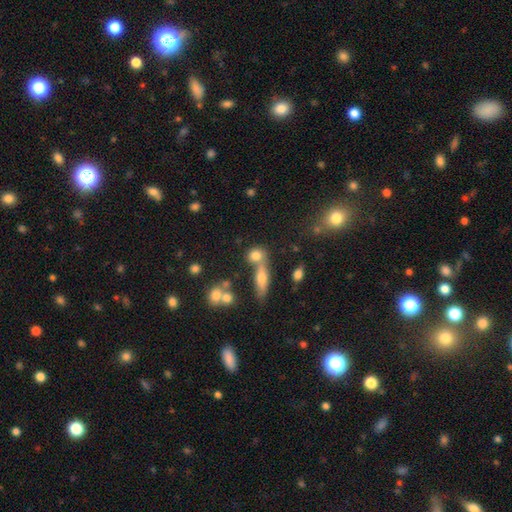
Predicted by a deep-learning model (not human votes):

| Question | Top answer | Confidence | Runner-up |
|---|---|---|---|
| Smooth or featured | smooth | 74% | featured or disk (14%) |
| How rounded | round | 62% | in between (30%) |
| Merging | none | 49% | merger (37%) |